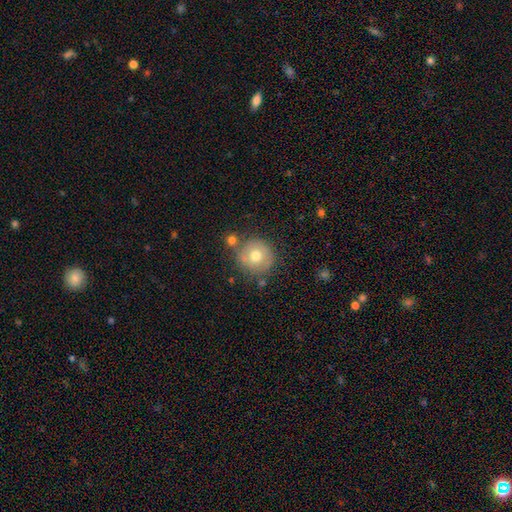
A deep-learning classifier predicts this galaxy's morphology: A smooth galaxy with no disk features (65%) that is round (92%). Merging: none (72%).